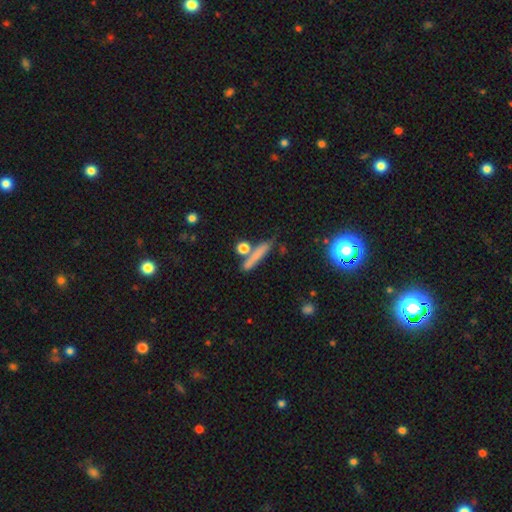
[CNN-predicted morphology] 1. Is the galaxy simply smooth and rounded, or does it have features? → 69% smooth, 20% featured or disk, 12% star or artifact.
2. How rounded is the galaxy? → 83% cigar-shaped, 10% in between, 7% round.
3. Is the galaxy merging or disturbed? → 71% none, 13% merger, 12% minor disturbance, 4% major disturbance.